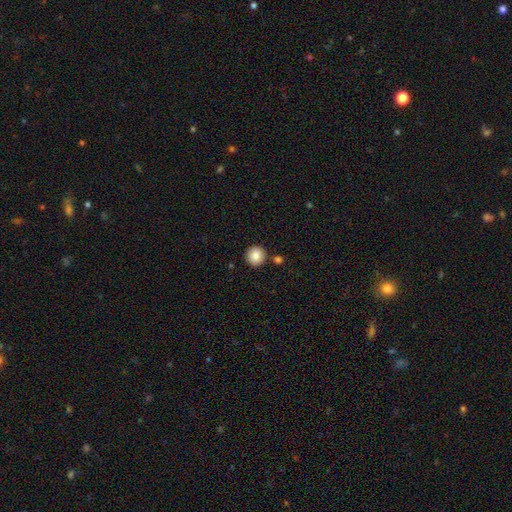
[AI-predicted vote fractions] Overall: smooth (87%). How rounded: round (94%). Merging: none (88%).